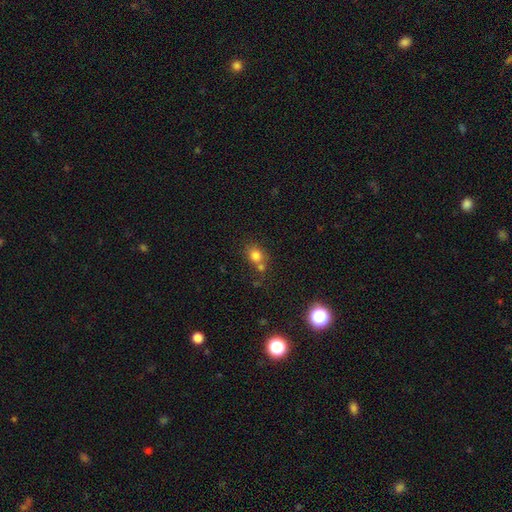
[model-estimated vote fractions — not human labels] This is likely a smooth galaxy (78%). How rounded: likely round (64%). Merging: possibly none (50%).